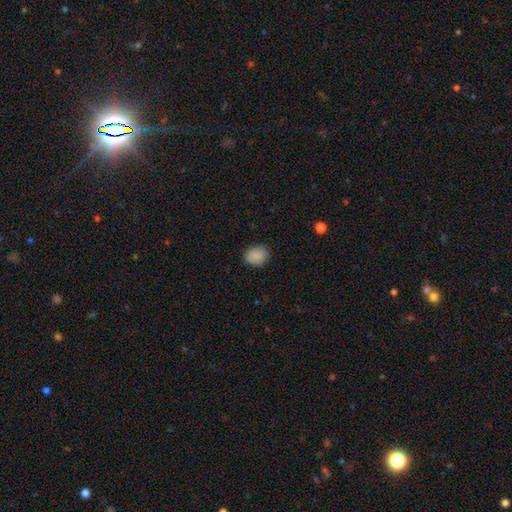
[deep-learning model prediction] Smooth or featured? smooth (88%)
How rounded? in between (57%)
Merging? none (82%)